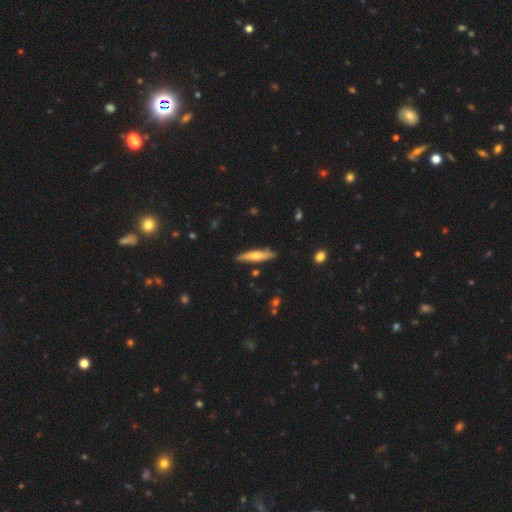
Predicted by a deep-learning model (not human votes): Smooth or featured? smooth (53%)
How rounded? cigar-shaped (85%)
Merging? none (85%)